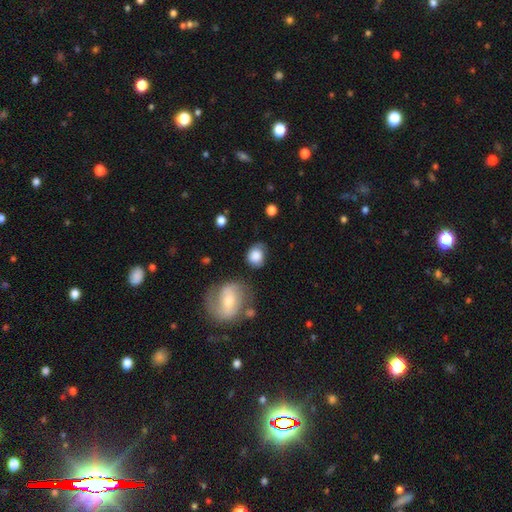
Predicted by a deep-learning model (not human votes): The model was most divided on "merging": none: 58%, minor disturbance: 26%, major disturbance: 11%, merger: 5%. More confident: smooth or featured — smooth (78%); how rounded — round (66%).